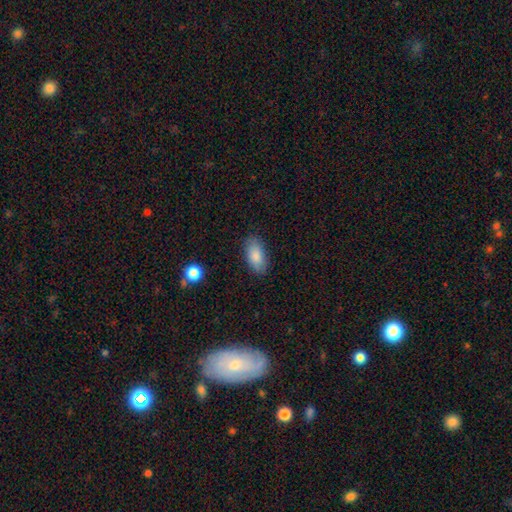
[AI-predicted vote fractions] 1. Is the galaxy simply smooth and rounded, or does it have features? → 86% smooth, 7% featured or disk, 7% star or artifact.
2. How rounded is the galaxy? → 92% in between, 4% cigar-shaped, 3% round.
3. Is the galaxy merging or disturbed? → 85% none, 11% minor disturbance, 3% major disturbance, 1% merger.